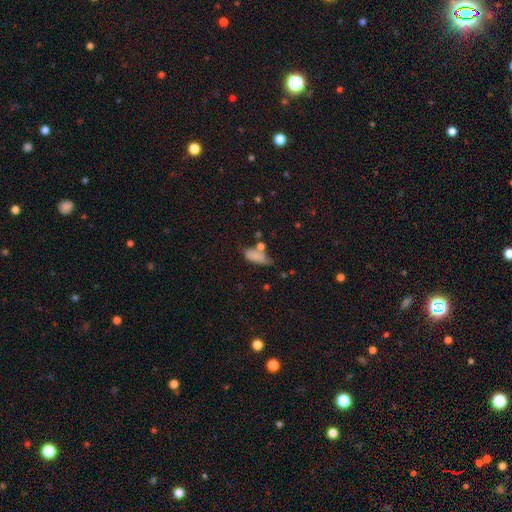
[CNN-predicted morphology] smooth 76%, featured or disk 13%, star or artifact 11%. Down the decision tree: how rounded — in between (73%); merging — none (37%).